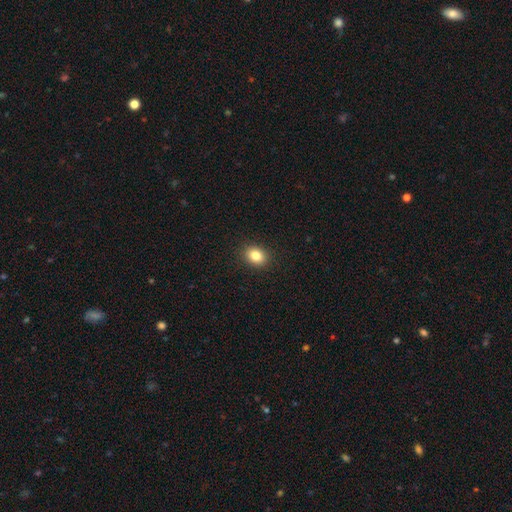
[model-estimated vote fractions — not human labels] Q: Smooth or featured?
A: smooth (83%); runner-up: star or artifact (11%)
Q: How rounded?
A: in between (51%); runner-up: round (48%)
Q: Merging?
A: none (90%); runner-up: minor disturbance (7%)